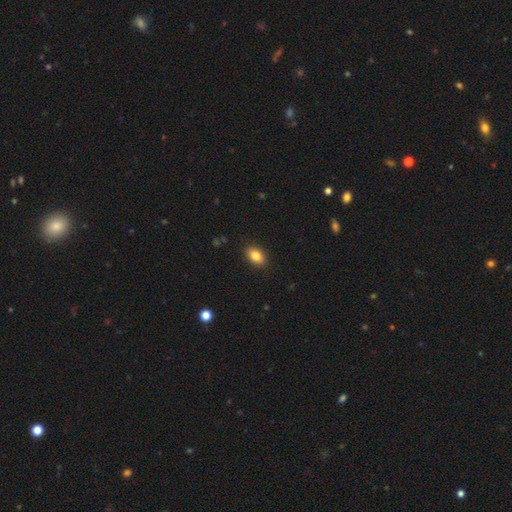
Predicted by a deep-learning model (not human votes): Smooth or featured?
  - smooth: 84% *
  - star or artifact: 8%
  - featured or disk: 7%
How rounded?
  - in between: 88% *
  - round: 10%
  - cigar-shaped: 2%
Merging?
  - none: 89% *
  - minor disturbance: 8%
  - major disturbance: 2%
  - merger: 1%